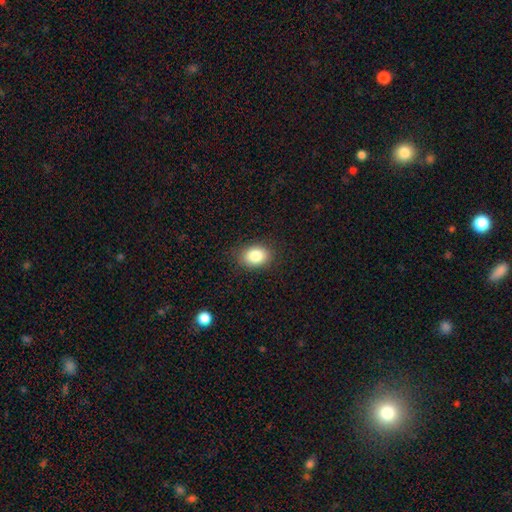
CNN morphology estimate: Q: Smooth or featured?
A: smooth (85%); runner-up: star or artifact (9%)
Q: How rounded?
A: in between (73%); runner-up: round (26%)
Q: Merging?
A: none (86%); runner-up: minor disturbance (10%)